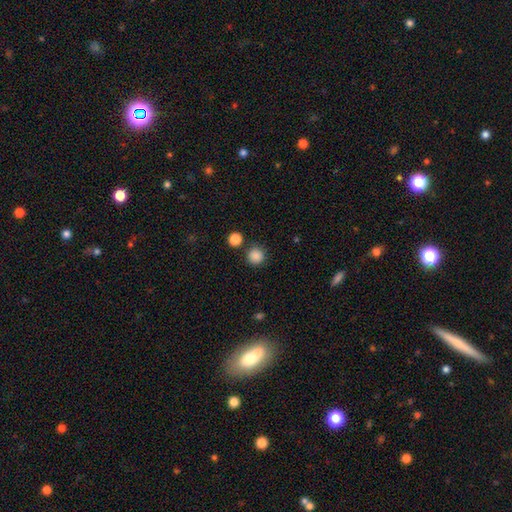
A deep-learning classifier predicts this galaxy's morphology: smooth_or_featured: smooth (p=0.86) [alt: star or artifact p=0.11]
how_rounded: round (p=0.95) [alt: in between p=0.04]
merging: none (p=0.85) [alt: minor disturbance p=0.07]